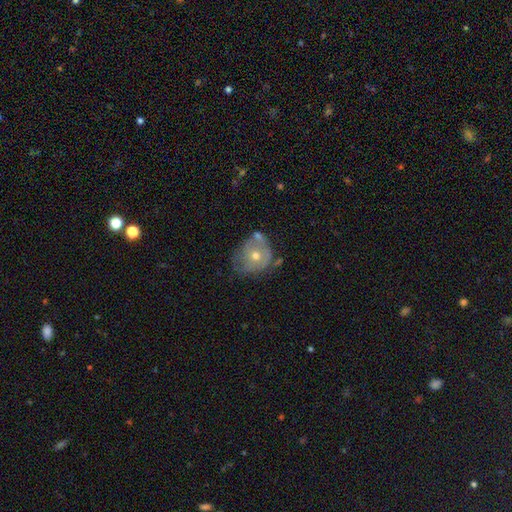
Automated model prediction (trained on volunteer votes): Morphology: type=featured or disk (48%); merging=none (44%).